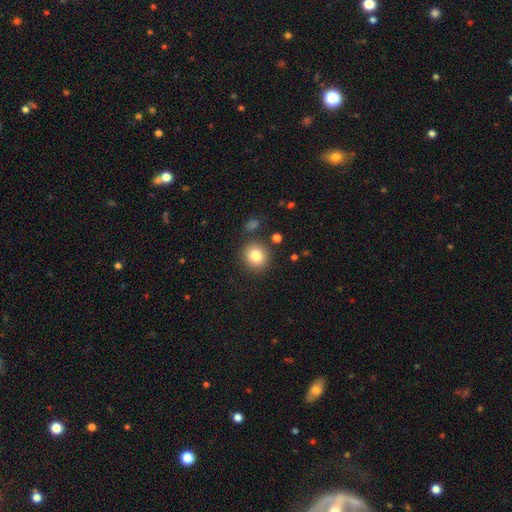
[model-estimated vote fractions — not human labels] Smooth or featured: smooth — 83% (star or artifact — 10%)
How rounded: round — 90% (in between — 9%)
Merging: none — 86% (minor disturbance — 8%)